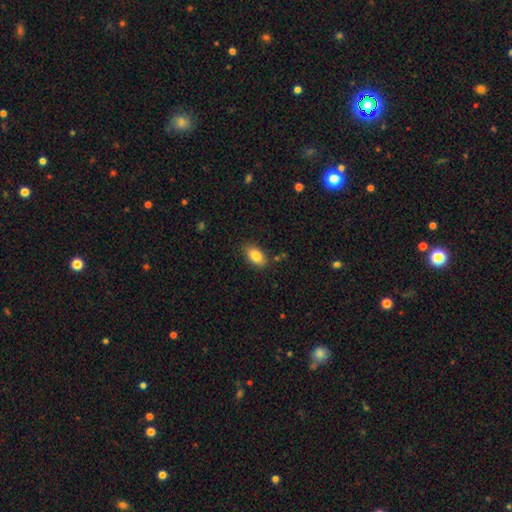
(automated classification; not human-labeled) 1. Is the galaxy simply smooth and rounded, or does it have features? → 85% smooth, 8% star or artifact, 8% featured or disk.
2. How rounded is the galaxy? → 91% in between, 7% round, 2% cigar-shaped.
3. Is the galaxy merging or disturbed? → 85% none, 11% minor disturbance, 3% major disturbance, 2% merger.